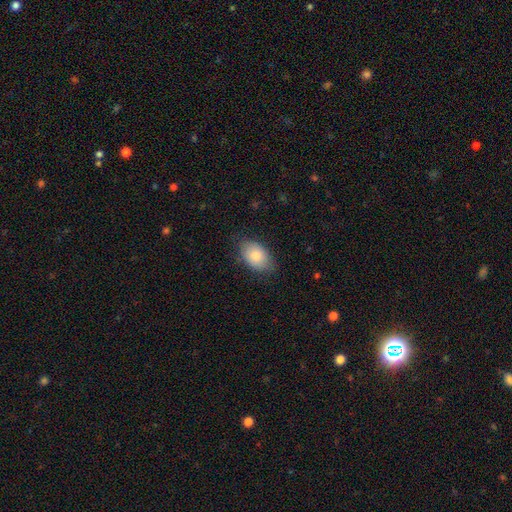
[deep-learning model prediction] Overall: smooth (84%). How rounded: in between (89%). Merging: none (77%).